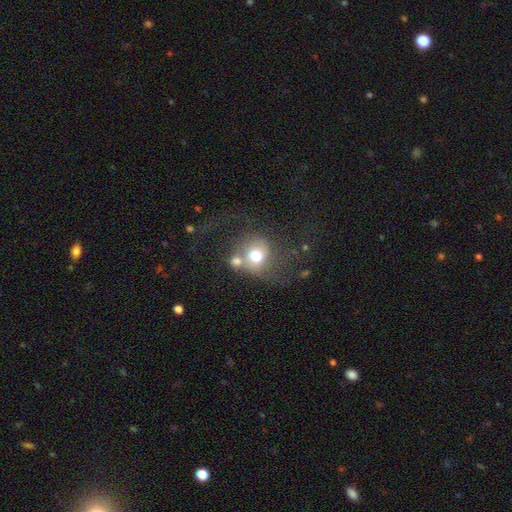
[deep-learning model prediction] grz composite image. It shows a smooth galaxy with no disk features (64%) that is round (76%). Merging: merger (36%).